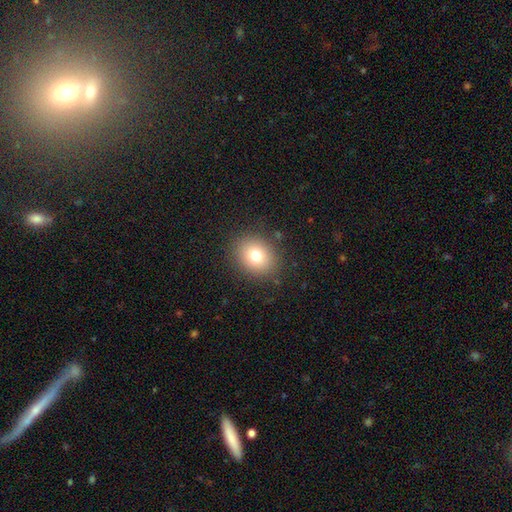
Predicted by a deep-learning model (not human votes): Smooth or featured?
  - smooth: 76% *
  - star or artifact: 13%
  - featured or disk: 11%
How rounded?
  - round: 65% *
  - in between: 34%
  - cigar-shaped: 1%
Merging?
  - none: 87% *
  - minor disturbance: 8%
  - major disturbance: 4%
  - merger: 1%